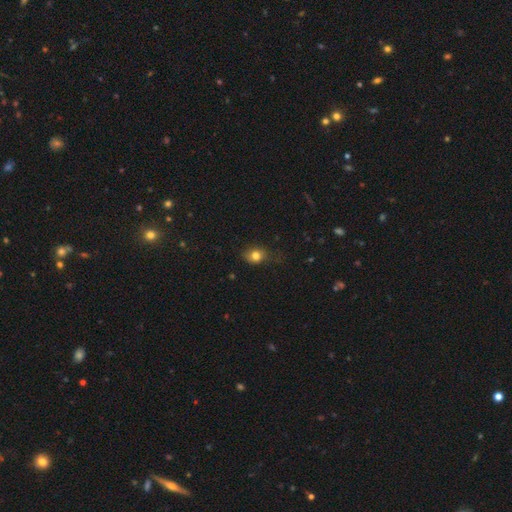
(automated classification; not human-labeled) Q: Smooth or featured?
A: smooth (79%); runner-up: star or artifact (12%)
Q: How rounded?
A: round (51%); runner-up: in between (48%)
Q: Merging?
A: none (68%); runner-up: minor disturbance (24%)